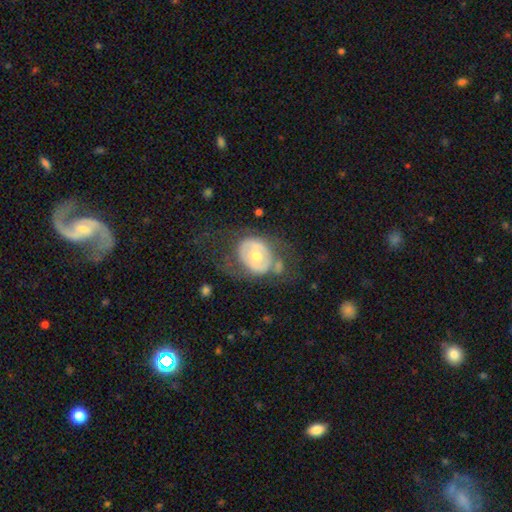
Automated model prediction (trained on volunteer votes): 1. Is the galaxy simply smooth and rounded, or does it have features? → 59% featured or disk, 35% smooth, 6% star or artifact.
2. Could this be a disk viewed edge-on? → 95% no, 5% yes.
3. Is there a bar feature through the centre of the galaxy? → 71% no, 20% weak, 9% strong.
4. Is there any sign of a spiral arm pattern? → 69% no, 31% yes.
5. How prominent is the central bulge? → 70% moderate, 22% small, 6% large, 1% none, 1% dominant.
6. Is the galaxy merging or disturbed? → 47% none, 26% major disturbance, 21% minor disturbance, 6% merger.